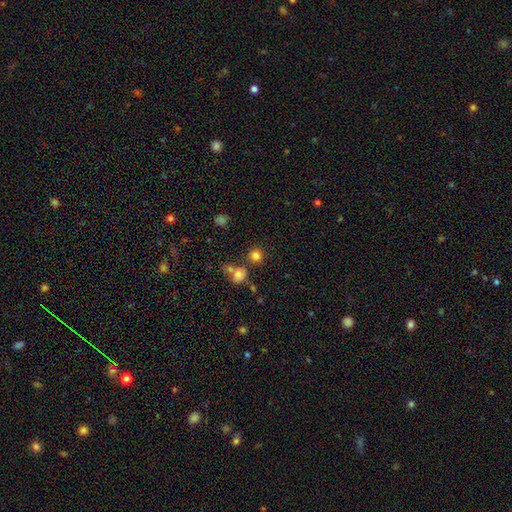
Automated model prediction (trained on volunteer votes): A smooth galaxy with no disk features (80%) that is round (89%). Merging: none (75%).